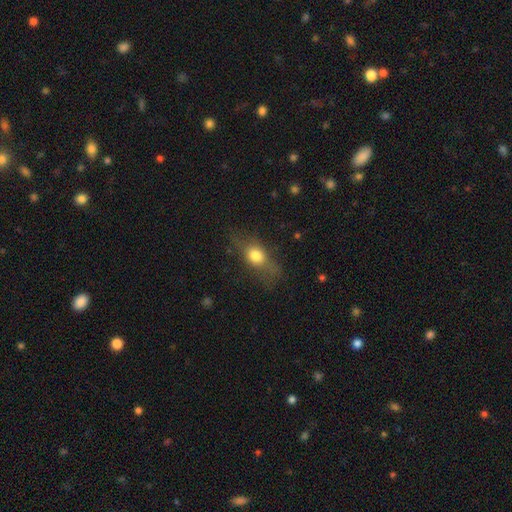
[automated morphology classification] This is likely a smooth galaxy (68%). How rounded: possibly in between (59%). Merging: possibly none (60%).